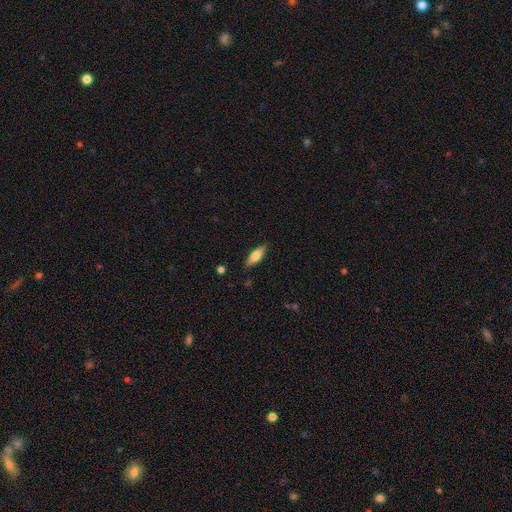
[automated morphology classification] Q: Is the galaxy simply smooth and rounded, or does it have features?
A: smooth — 73%.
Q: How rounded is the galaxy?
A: in between — 69%.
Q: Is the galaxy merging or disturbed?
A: none — 85%.